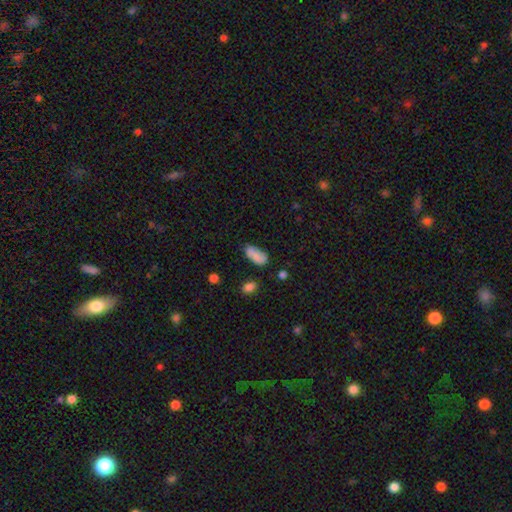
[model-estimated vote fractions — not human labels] A smooth galaxy with no disk features (81%) that is in between round and cigar-shaped (88%).

Vote fractions:
- Smooth or featured? smooth: 81% / featured or disk: 11% / star or artifact: 8%
- How rounded? in between: 88% / cigar-shaped: 8% / round: 3%
- Merging? none: 60% / minor disturbance: 26% / major disturbance: 8% / merger: 7%